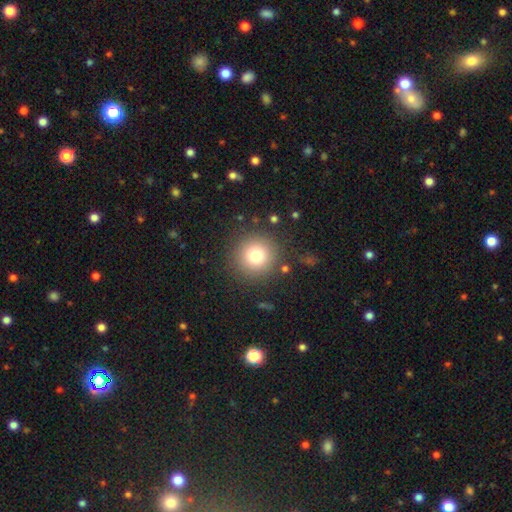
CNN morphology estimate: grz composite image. It shows a smooth galaxy with no disk features (76%) that is round (95%). Merging: none (87%).